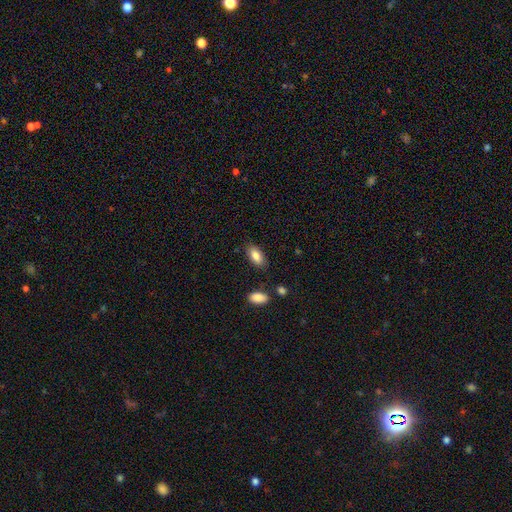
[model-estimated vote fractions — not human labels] This is clearly a smooth galaxy (86%). How rounded: clearly in between (90%). Merging: clearly none (83%).